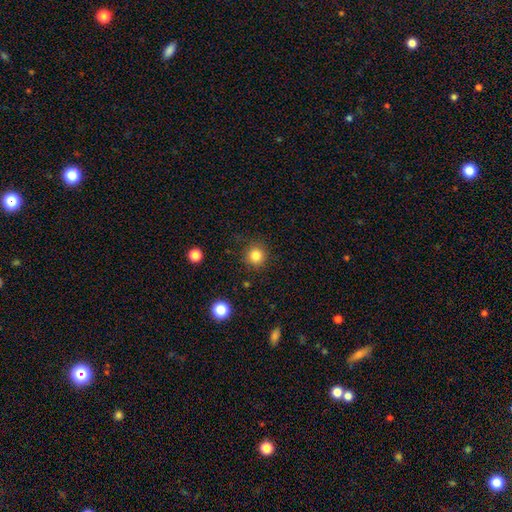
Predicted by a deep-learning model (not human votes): smooth-or-featured: smooth: 83% | star or artifact: 12% | featured or disk: 5%
  how-rounded: round: 93% | in between: 6% | cigar-shaped: 1%
  merging: none: 89% | minor disturbance: 7% | major disturbance: 3% | merger: 1%